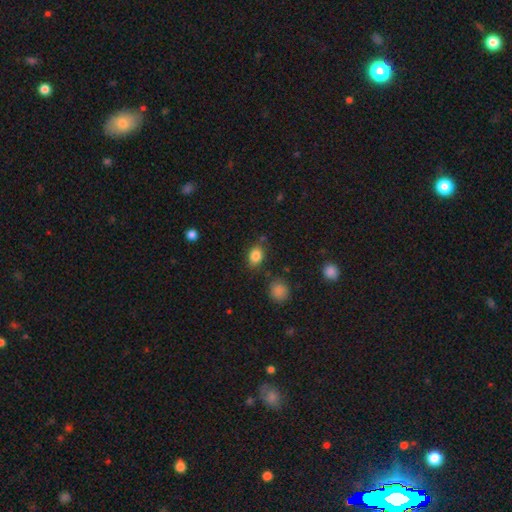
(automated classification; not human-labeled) Q: Smooth or featured?
A: smooth (84%); runner-up: star or artifact (10%)
Q: How rounded?
A: in between (59%); runner-up: round (40%)
Q: Merging?
A: none (77%); runner-up: minor disturbance (14%)